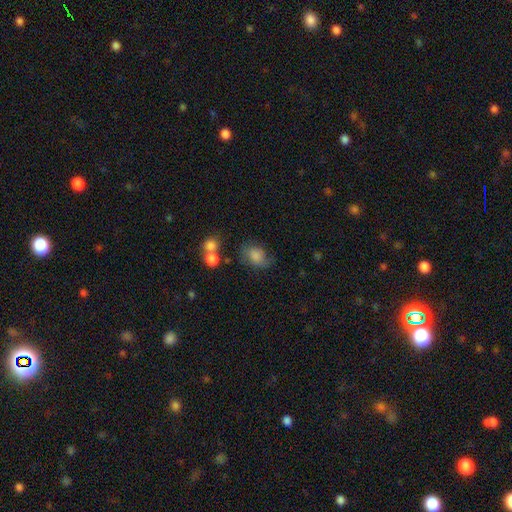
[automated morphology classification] smooth_or_featured: smooth (p=0.75) [alt: featured or disk p=0.16]
how_rounded: in between (p=0.68) [alt: round p=0.30]
merging: none (p=0.55) [alt: minor disturbance p=0.27]